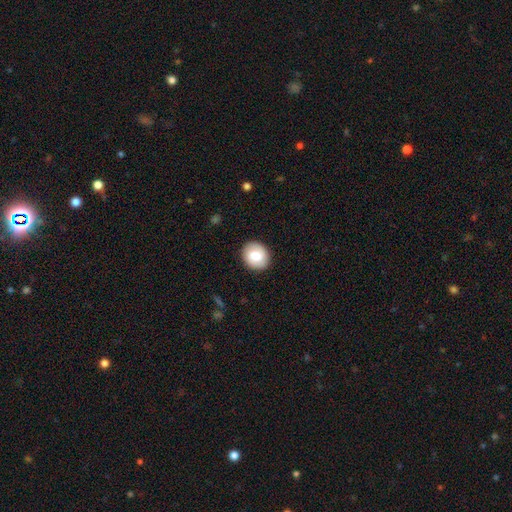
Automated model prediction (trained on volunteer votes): Smooth or featured? smooth (75%)
How rounded? round (69%)
Merging? none (88%)